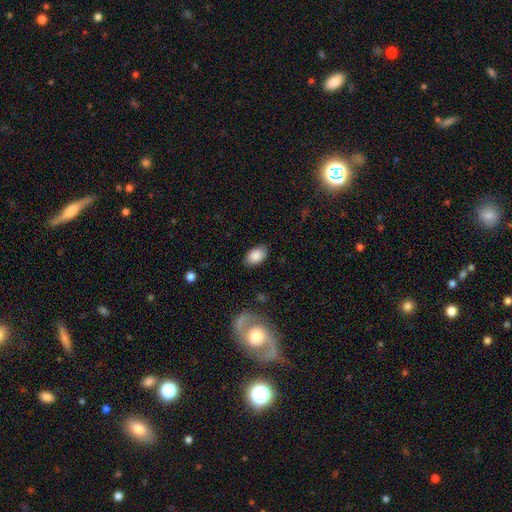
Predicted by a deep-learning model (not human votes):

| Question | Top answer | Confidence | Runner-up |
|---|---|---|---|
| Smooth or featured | smooth | 86% | star or artifact (7%) |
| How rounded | in between | 90% | round (9%) |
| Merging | none | 83% | minor disturbance (12%) |